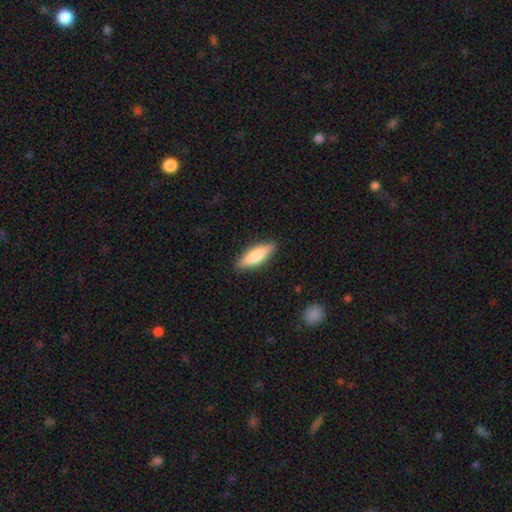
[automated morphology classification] This appears to be a smooth galaxy with no disk features (76%) that is cigar-shaped (54%). Merging: none (87%).